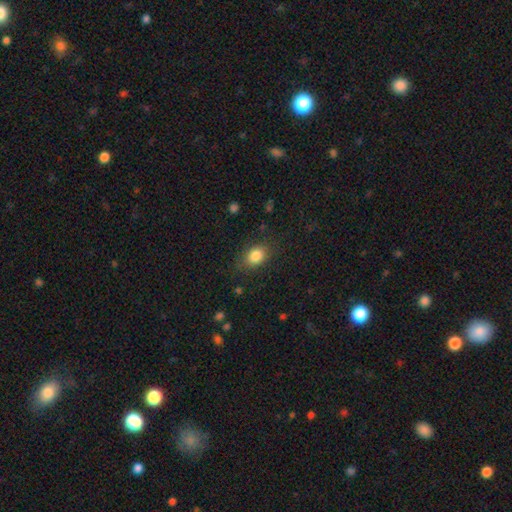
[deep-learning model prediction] Morphology: type=smooth (84%); roundness=in between (74%); merging=none (80%).